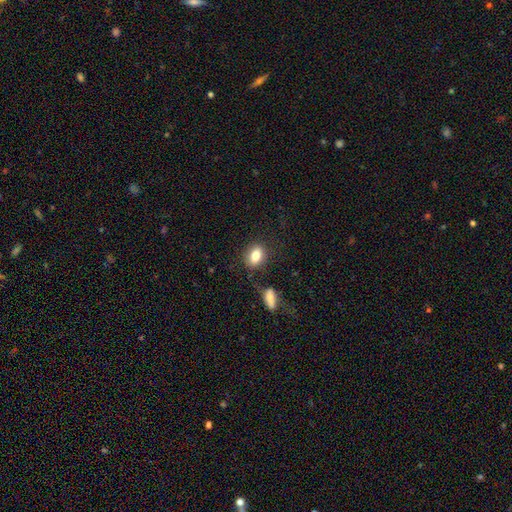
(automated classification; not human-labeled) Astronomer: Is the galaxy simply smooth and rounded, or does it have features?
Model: smooth — 82%.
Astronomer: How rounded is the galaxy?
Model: in between — 74%.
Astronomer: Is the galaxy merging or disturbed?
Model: none — 77%.